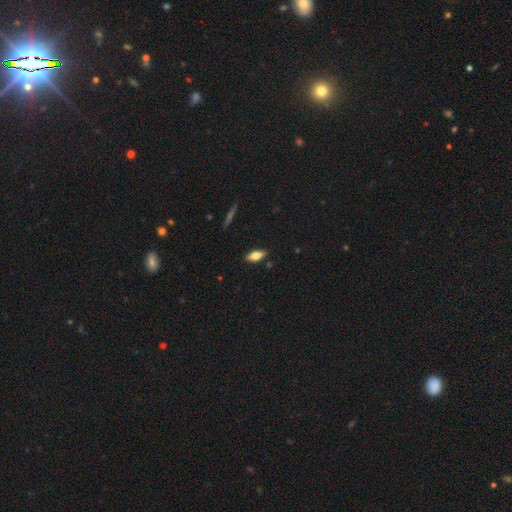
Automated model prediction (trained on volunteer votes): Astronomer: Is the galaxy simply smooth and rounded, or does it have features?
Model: smooth — 57% (runner-up: featured or disk, 35%).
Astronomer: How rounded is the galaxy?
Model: in between — 73%.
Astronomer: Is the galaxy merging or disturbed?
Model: none — 86%.